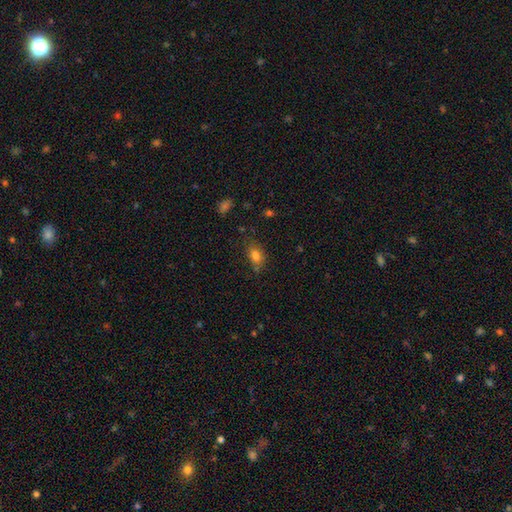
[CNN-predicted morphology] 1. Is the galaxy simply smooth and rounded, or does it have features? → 80% smooth, 11% star or artifact, 9% featured or disk.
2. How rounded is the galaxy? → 79% in between, 19% round, 2% cigar-shaped.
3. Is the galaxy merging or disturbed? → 71% none, 19% minor disturbance, 6% merger, 5% major disturbance.